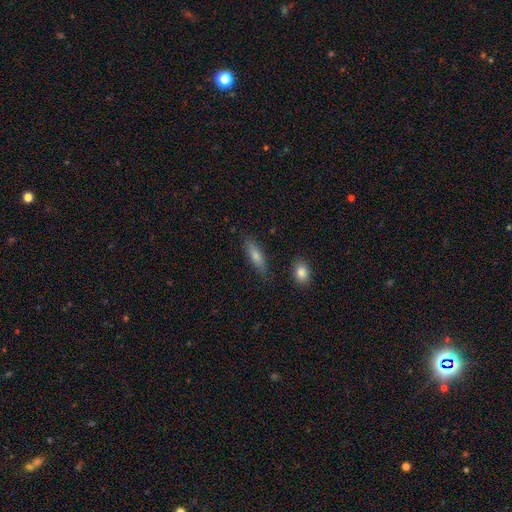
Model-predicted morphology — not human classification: This appears to be a smooth galaxy with no disk features (69%) that is cigar-shaped (64%). Merging: none (84%).